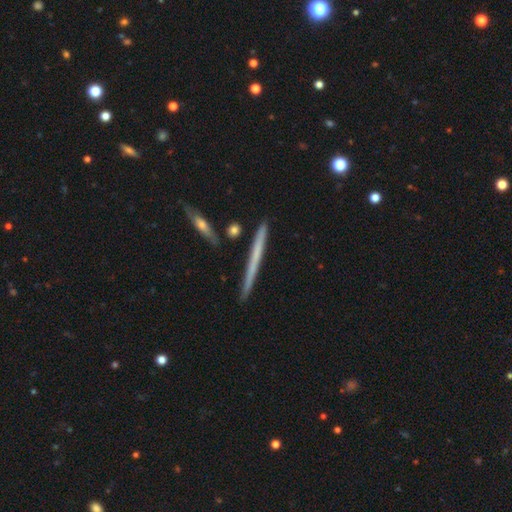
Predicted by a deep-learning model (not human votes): This appears to be a featured or disk galaxy (52%) viewed edge-on (97%) with no central bulge (85%). Merging: none (88%).